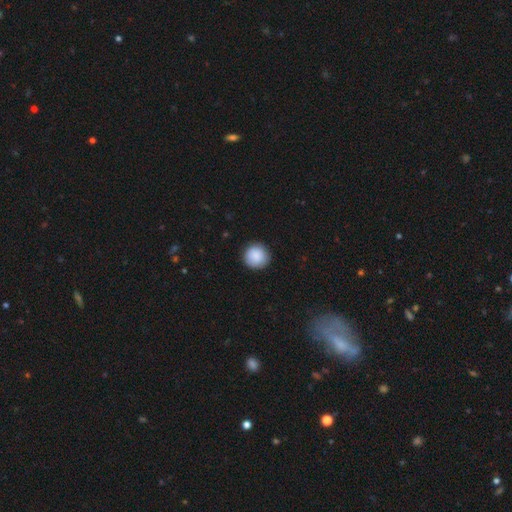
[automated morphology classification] type=smooth (89%); roundness=round (95%); merging=none (90%).